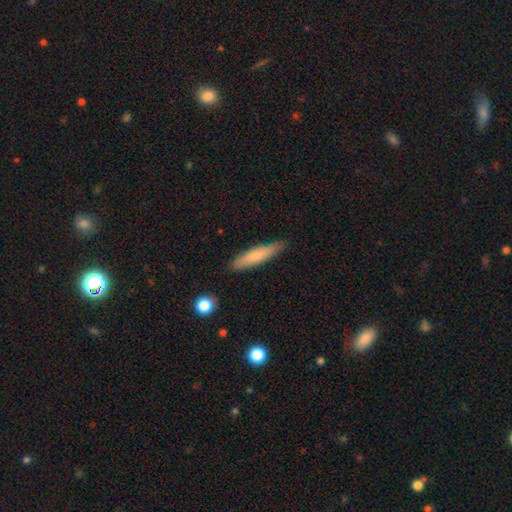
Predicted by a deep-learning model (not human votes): Smooth or featured: smooth — 74% (featured or disk — 20%)
How rounded: cigar-shaped — 81% (in between — 17%)
Merging: none — 82% (minor disturbance — 14%)